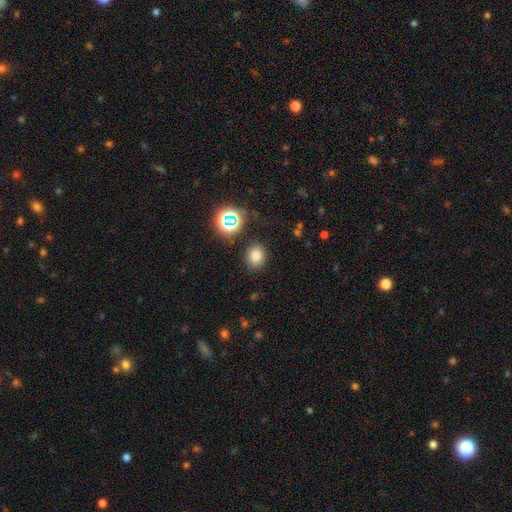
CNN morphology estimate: Overall: smooth (75%). How rounded: round (58%; in between 41%). Merging: none (85%).